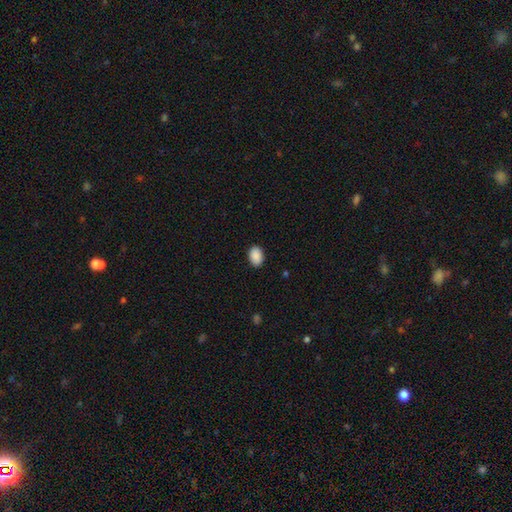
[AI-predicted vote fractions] Q: Smooth or featured?
A: smooth (91%); runner-up: star or artifact (7%)
Q: How rounded?
A: in between (86%); runner-up: round (13%)
Q: Merging?
A: none (89%); runner-up: minor disturbance (8%)